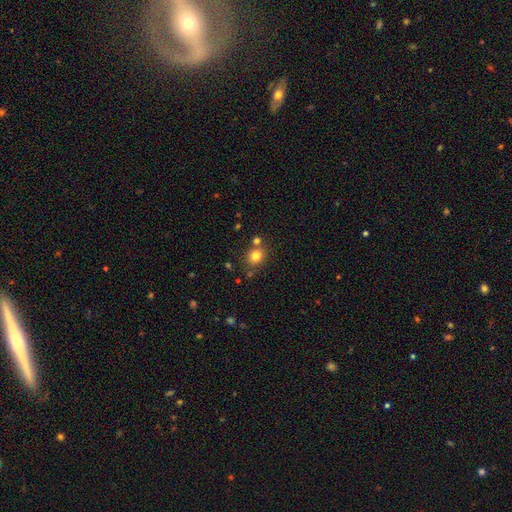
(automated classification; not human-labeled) This is likely a smooth galaxy (80%). How rounded: likely round (70%). Merging: likely none (72%).